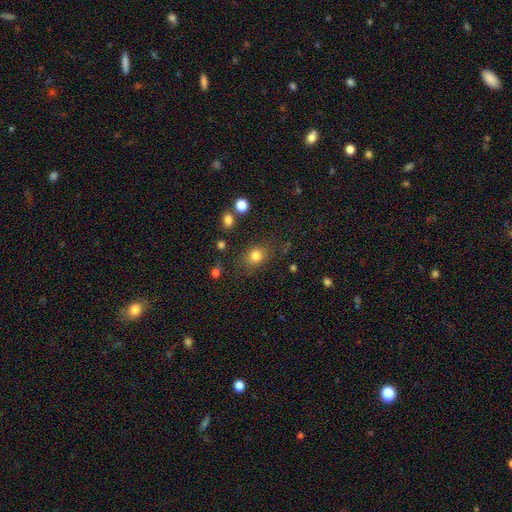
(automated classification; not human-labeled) Morphology: type=smooth (80%); roundness=round (53%); merging=none (76%).